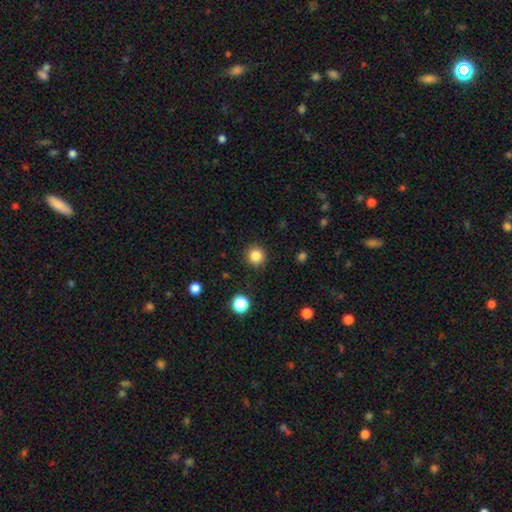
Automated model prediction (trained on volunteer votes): Morphology: type=smooth (84%); roundness=round (94%); merging=none (91%).